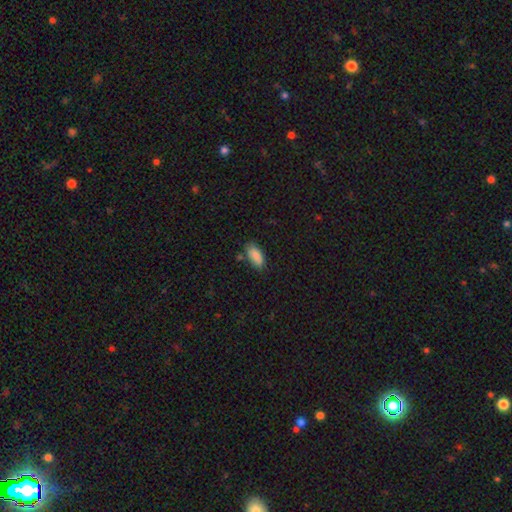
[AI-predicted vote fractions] Morphology: type=smooth (88%); roundness=in between (86%); merging=none (74%).